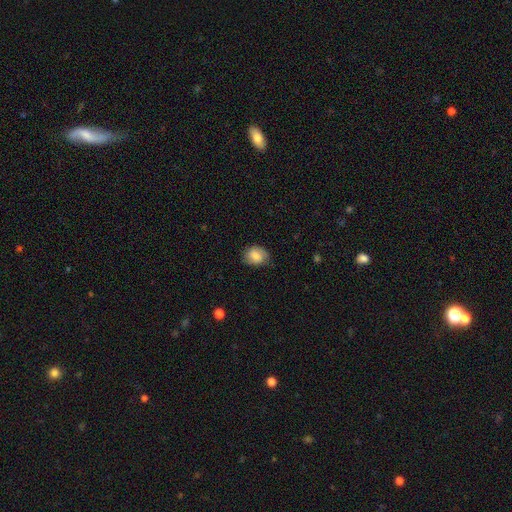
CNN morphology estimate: This is likely a smooth galaxy (76%). How rounded: possibly in between (56%). Merging: likely none (71%).